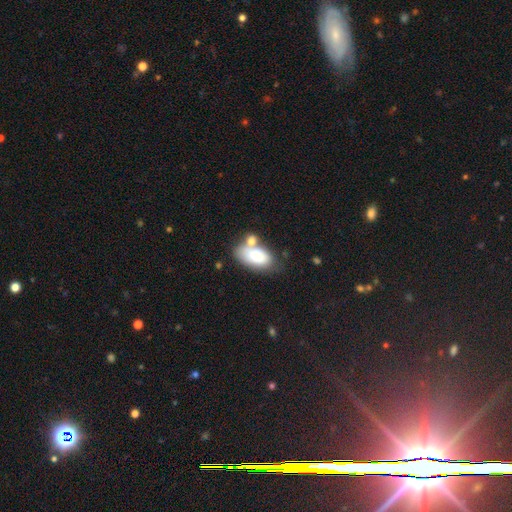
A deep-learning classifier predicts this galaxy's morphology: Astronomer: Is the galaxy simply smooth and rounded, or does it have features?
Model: smooth — 80%.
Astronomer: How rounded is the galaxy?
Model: in between — 93%.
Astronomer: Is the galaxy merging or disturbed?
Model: none — 40% (runner-up: merger, 34%).